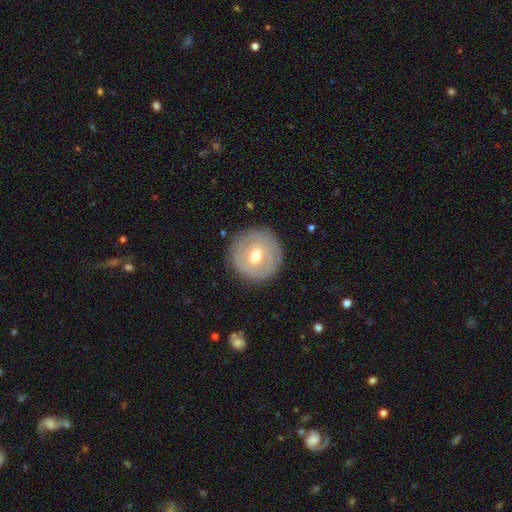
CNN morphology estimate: smooth_or_featured: featured or disk (p=0.57) [alt: smooth p=0.37]
disk_edge_on: no (p=0.96) [alt: yes p=0.04]
bar: no (p=0.44) [alt: weak p=0.42]
has_spiral_arms: yes (p=0.55) [alt: no p=0.45]
bulge_size: moderate (p=0.72) [alt: small p=0.22]
merging: none (p=0.87) [alt: minor disturbance p=0.09]